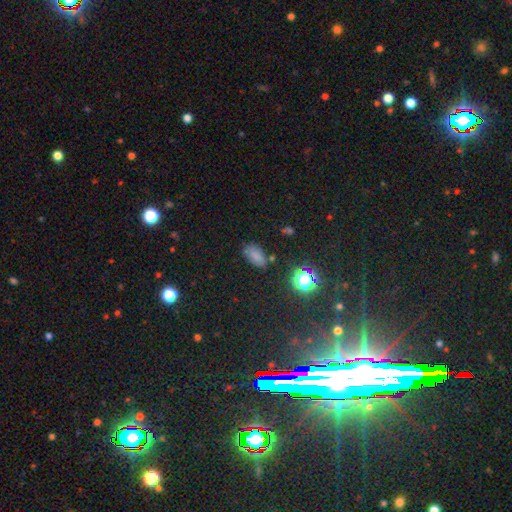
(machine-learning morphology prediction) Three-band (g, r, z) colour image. It shows a smooth galaxy with no disk features (70%) that is in between round and cigar-shaped (90%). Merging: none (71%).